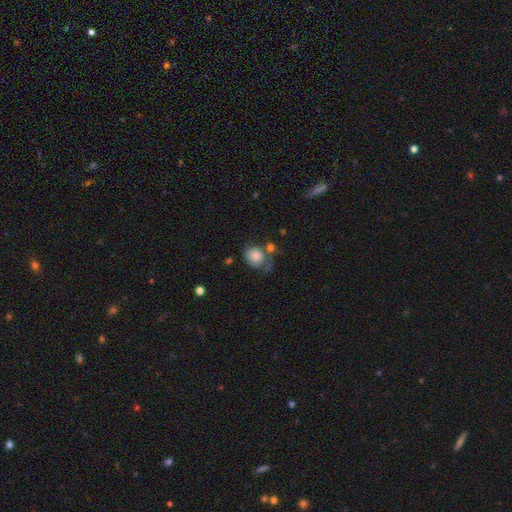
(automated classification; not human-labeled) A smooth galaxy with no disk features (76%) that is round (59%).

Vote fractions:
- Smooth or featured? smooth: 76% / featured or disk: 16% / star or artifact: 8%
- How rounded? round: 59% / in between: 40% / cigar-shaped: 1%
- Merging? none: 38% / minor disturbance: 27% / major disturbance: 21% / merger: 14%